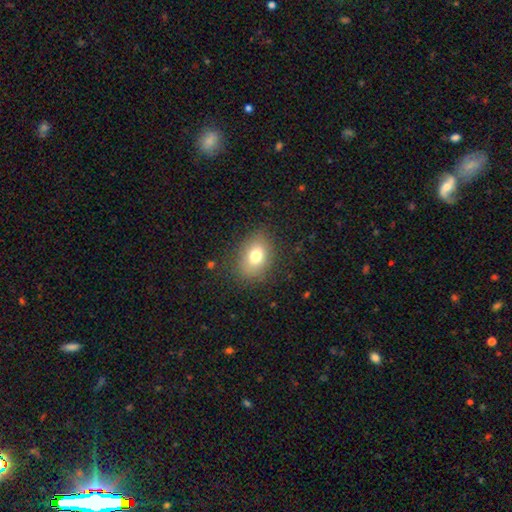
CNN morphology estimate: A smooth galaxy with no disk features (76%) that is in between round and cigar-shaped (67%). Merging: none (83%).